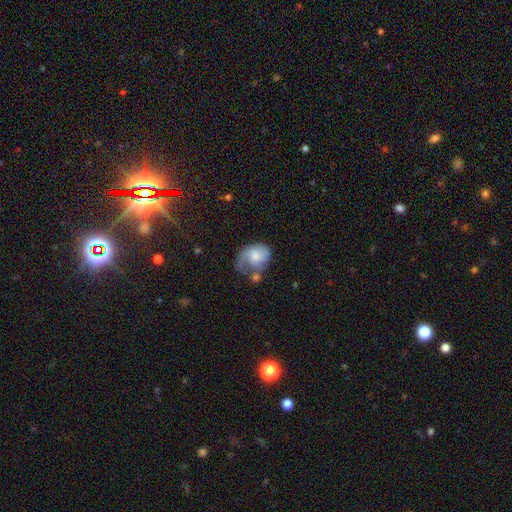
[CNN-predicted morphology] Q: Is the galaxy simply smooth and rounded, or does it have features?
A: featured or disk — 54%.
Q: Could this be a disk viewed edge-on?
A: no — 97%.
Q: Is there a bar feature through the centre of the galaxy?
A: no — 69%.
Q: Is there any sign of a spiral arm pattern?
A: yes — 80%.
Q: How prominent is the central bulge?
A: moderate — 41%.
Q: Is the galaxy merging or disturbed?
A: major disturbance — 34%.